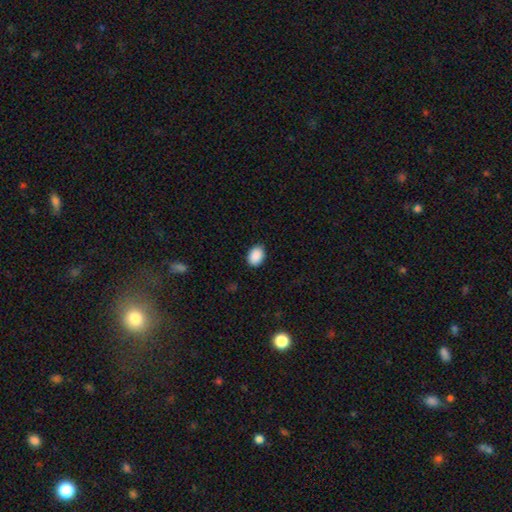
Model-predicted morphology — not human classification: The model was most divided on "how rounded": in between: 75%, round: 24%, cigar-shaped: 1%. More confident: smooth or featured — smooth (91%); merging — none (89%).